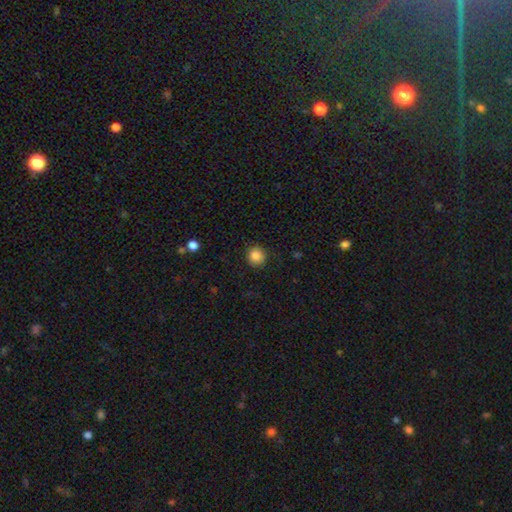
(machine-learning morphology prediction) Smooth or featured: smooth — 86% (star or artifact — 10%)
How rounded: round — 93% (in between — 6%)
Merging: none — 88% (minor disturbance — 8%)